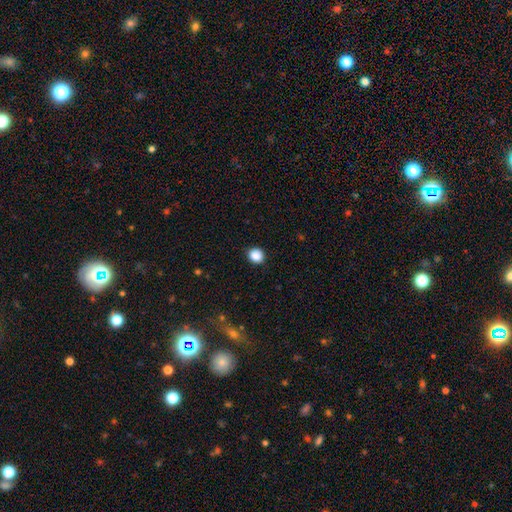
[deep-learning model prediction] A smooth galaxy with no disk features (88%) that is round (75%). Merging: none (89%).